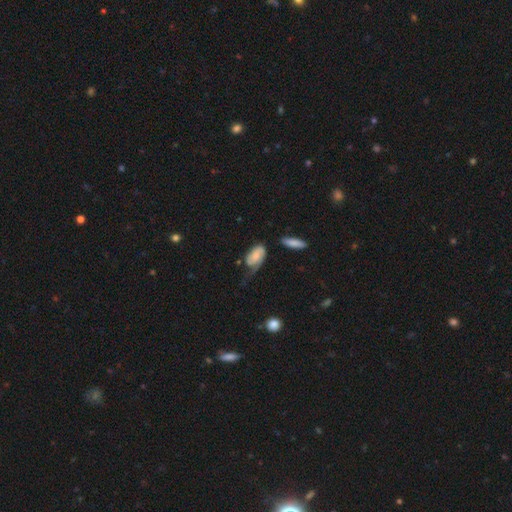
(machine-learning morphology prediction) A smooth galaxy with no disk features (56%) that is in between round and cigar-shaped (90%). Merging: major disturbance (39%).